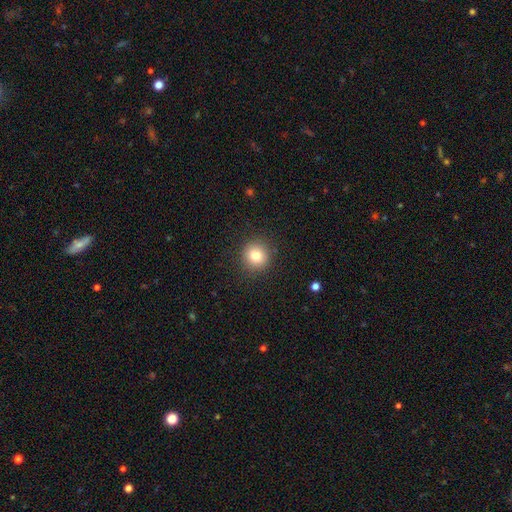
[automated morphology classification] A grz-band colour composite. It shows a smooth galaxy with no disk features (80%) that is round (93%). Merging: none (90%).